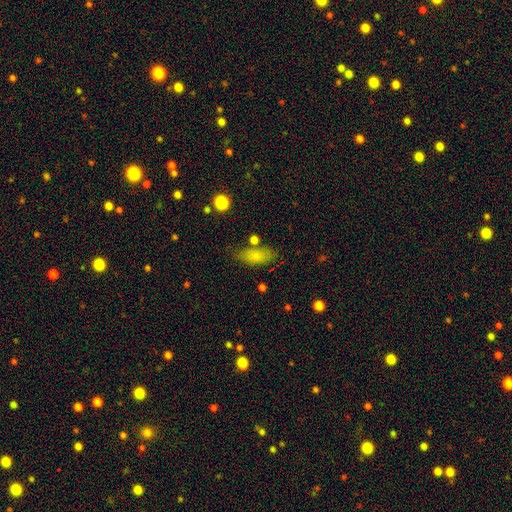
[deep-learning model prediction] Smooth or featured?
  - smooth: 81% *
  - featured or disk: 11%
  - star or artifact: 8%
How rounded?
  - in between: 78% *
  - cigar-shaped: 19%
  - round: 4%
Merging?
  - none: 70% *
  - minor disturbance: 17%
  - merger: 8%
  - major disturbance: 5%